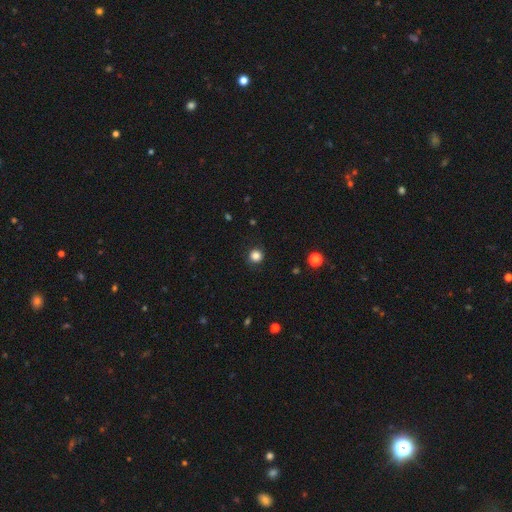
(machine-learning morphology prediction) This is clearly a smooth galaxy (85%). How rounded: clearly round (94%). Merging: clearly none (90%).